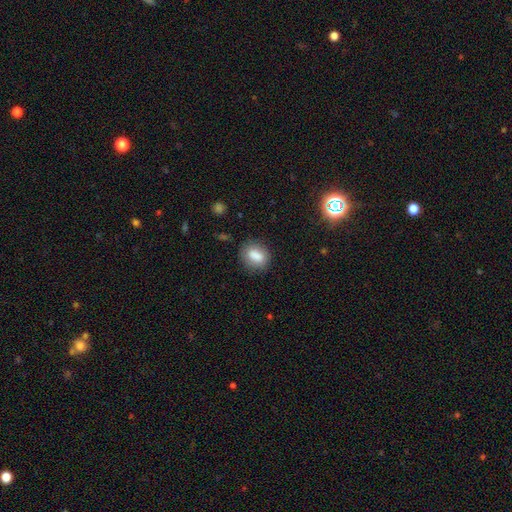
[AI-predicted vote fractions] Q: Smooth or featured?
A: smooth (83%); runner-up: featured or disk (9%)
Q: How rounded?
A: in between (58%); runner-up: round (40%)
Q: Merging?
A: none (75%); runner-up: minor disturbance (16%)